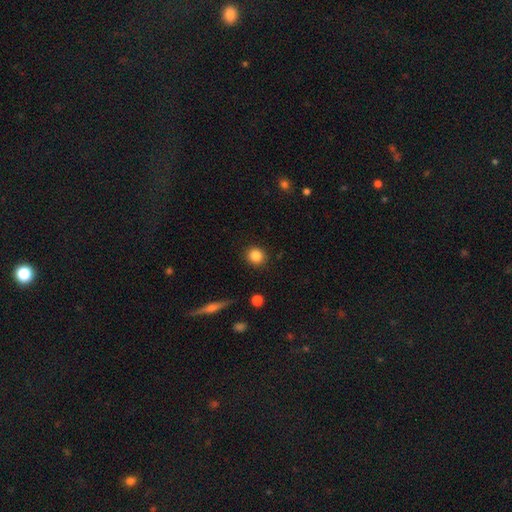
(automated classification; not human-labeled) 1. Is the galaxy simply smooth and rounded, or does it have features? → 85% smooth, 10% star or artifact, 5% featured or disk.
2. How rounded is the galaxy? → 90% round, 9% in between, 1% cigar-shaped.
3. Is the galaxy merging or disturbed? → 91% none, 6% minor disturbance, 2% major disturbance, 1% merger.